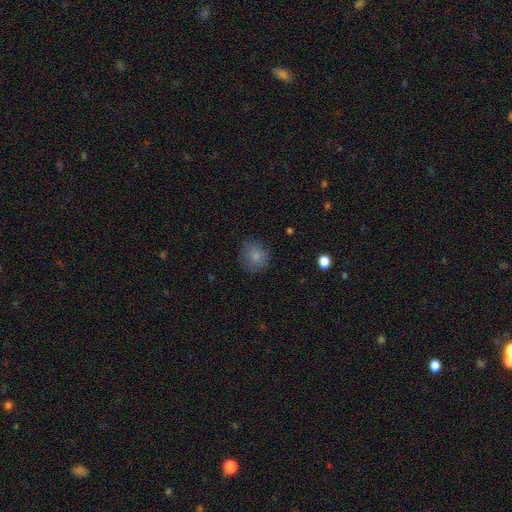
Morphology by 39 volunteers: Overall: smooth (74%). How rounded: round (86%). Merging: none (84%).